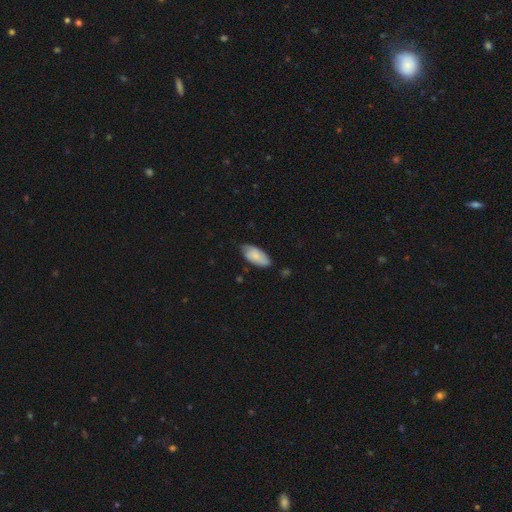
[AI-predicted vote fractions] This is likely a smooth galaxy (74%). How rounded: clearly in between (91%). Merging: likely none (66%).